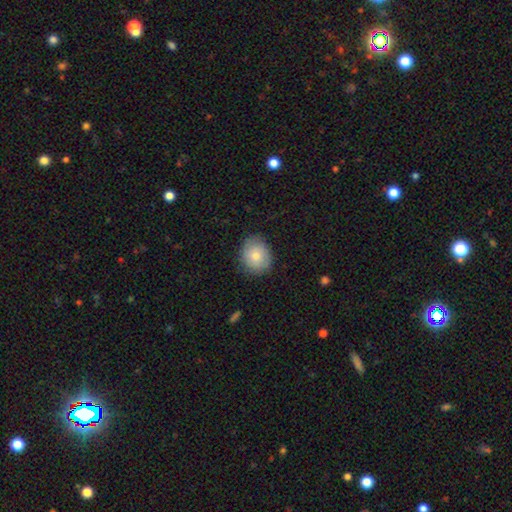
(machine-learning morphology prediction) type=smooth (77%); roundness=round (68%); merging=none (80%).